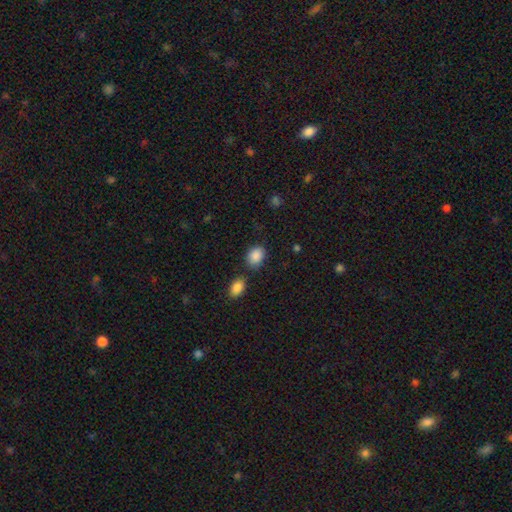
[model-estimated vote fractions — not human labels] Smooth or featured? smooth (88%)
How rounded? in between (69%)
Merging? none (73%)